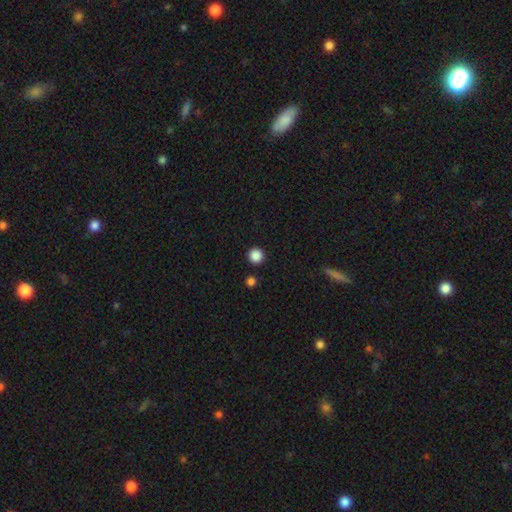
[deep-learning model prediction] The model was most divided on "smooth or featured": smooth: 87%, star or artifact: 11%, featured or disk: 2%. More confident: how rounded — round (96%); merging — none (92%).